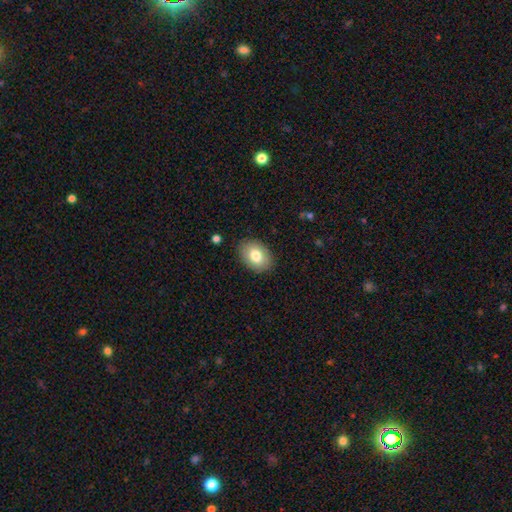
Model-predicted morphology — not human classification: Smooth or featured? Predicted: smooth (p=0.80). How rounded? Predicted: in between (p=0.79). Merging? Predicted: none (p=0.87).